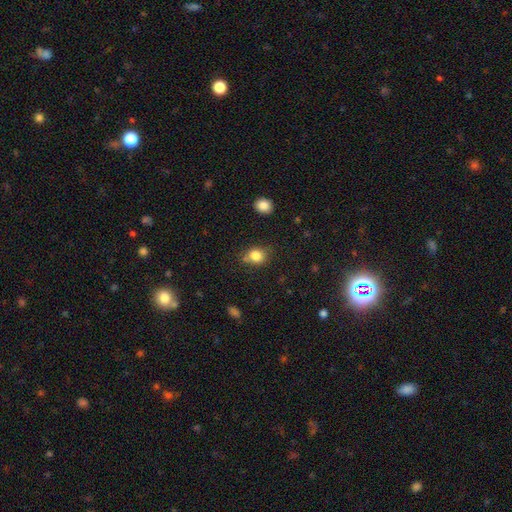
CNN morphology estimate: A smooth galaxy with no disk features (83%) that is round (59%).

Vote fractions:
- Smooth or featured? smooth: 83% / star or artifact: 11% / featured or disk: 7%
- How rounded? round: 59% / in between: 40% / cigar-shaped: 1%
- Merging? none: 69% / minor disturbance: 20% / merger: 6% / major disturbance: 5%